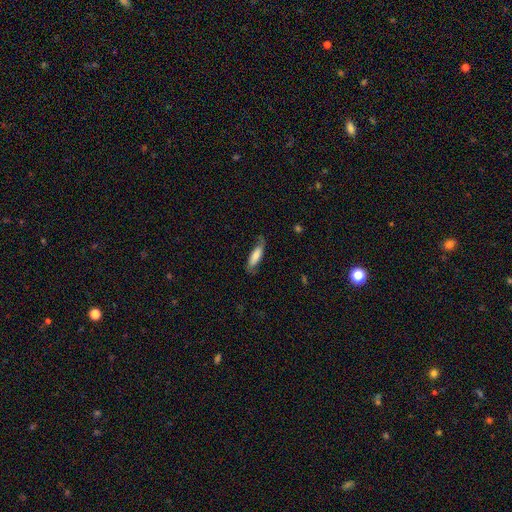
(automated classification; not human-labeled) Q: Smooth or featured?
A: smooth (63%); runner-up: featured or disk (30%)
Q: How rounded?
A: cigar-shaped (52%); runner-up: in between (47%)
Q: Merging?
A: none (67%); runner-up: minor disturbance (23%)